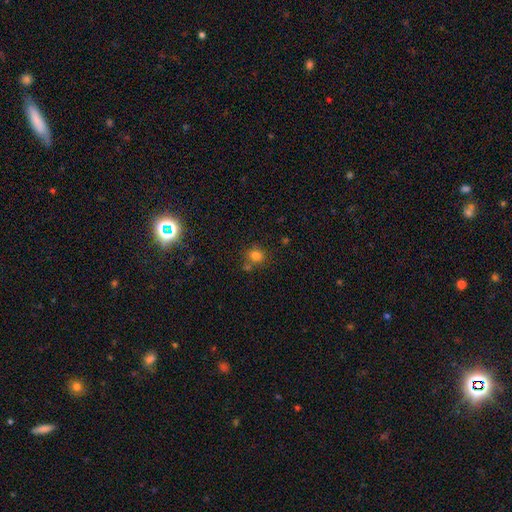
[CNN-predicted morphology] Smooth or featured: smooth — 78% (star or artifact — 14%)
How rounded: round — 74% (in between — 25%)
Merging: none — 66% (merger — 16%)